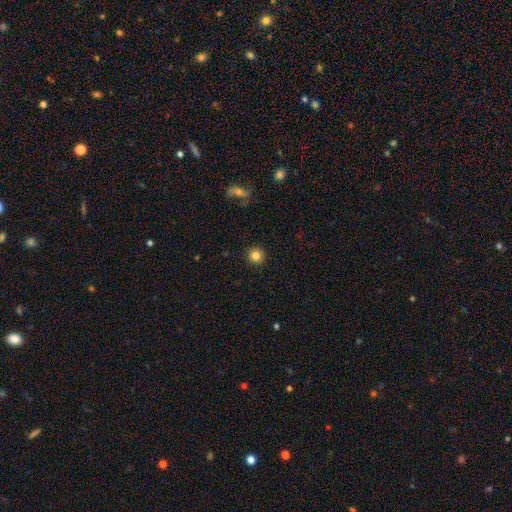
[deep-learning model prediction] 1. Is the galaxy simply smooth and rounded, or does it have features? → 83% smooth, 11% star or artifact, 6% featured or disk.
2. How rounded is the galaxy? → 95% round, 4% in between, 1% cigar-shaped.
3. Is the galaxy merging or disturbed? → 93% none, 5% minor disturbance, 2% major disturbance, 1% merger.